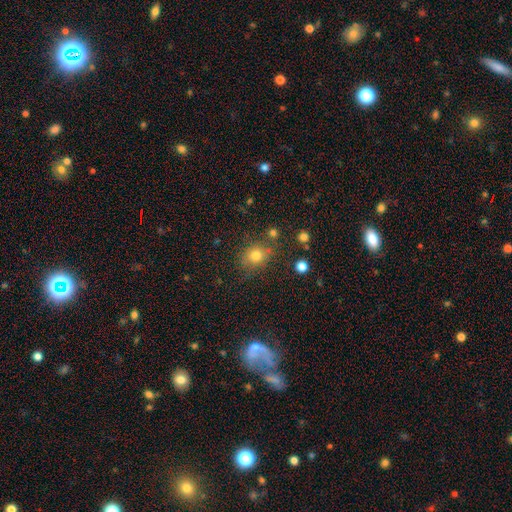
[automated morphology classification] Q: Smooth or featured?
A: smooth (77%); runner-up: star or artifact (14%)
Q: How rounded?
A: round (68%); runner-up: in between (31%)
Q: Merging?
A: none (73%); runner-up: minor disturbance (15%)